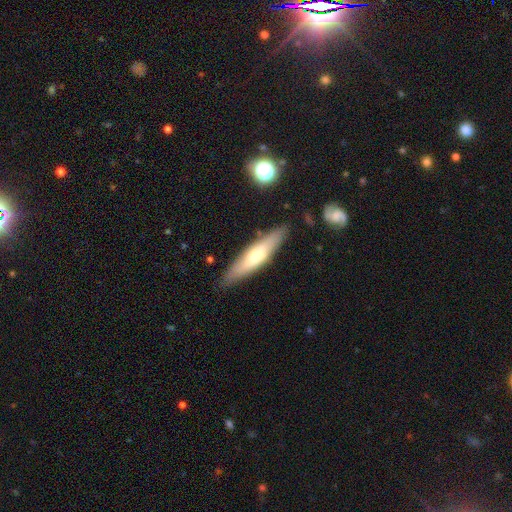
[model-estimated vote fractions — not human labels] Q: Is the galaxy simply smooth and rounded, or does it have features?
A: smooth — 51%.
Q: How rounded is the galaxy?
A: cigar-shaped — 73%.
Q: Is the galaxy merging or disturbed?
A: none — 80%.